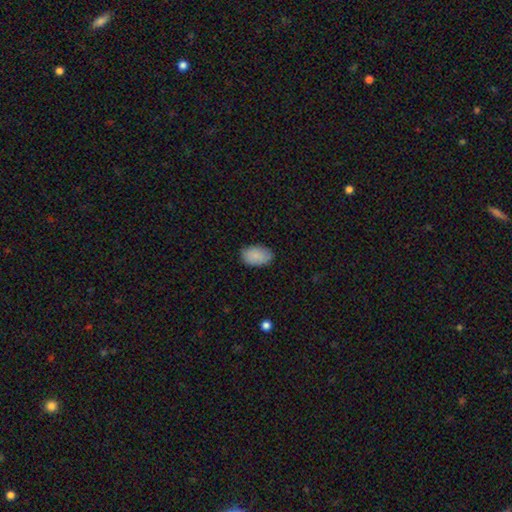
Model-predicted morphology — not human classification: smooth_or_featured: smooth (p=0.88) [alt: star or artifact p=0.06]
how_rounded: in between (p=0.92) [alt: round p=0.07]
merging: none (p=0.84) [alt: minor disturbance p=0.13]